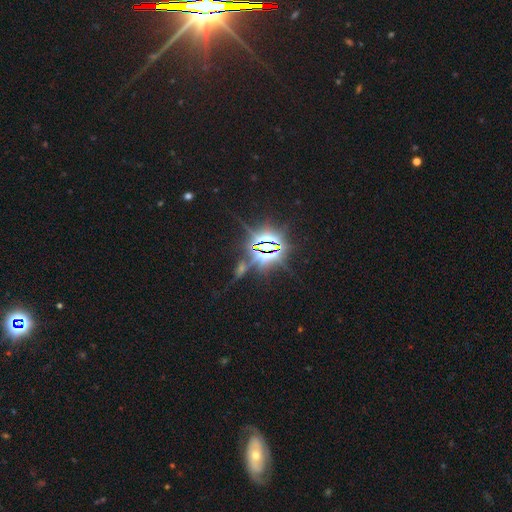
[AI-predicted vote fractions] Smooth or featured?
  - star or artifact: 76% *
  - smooth: 14%
  - featured or disk: 10%